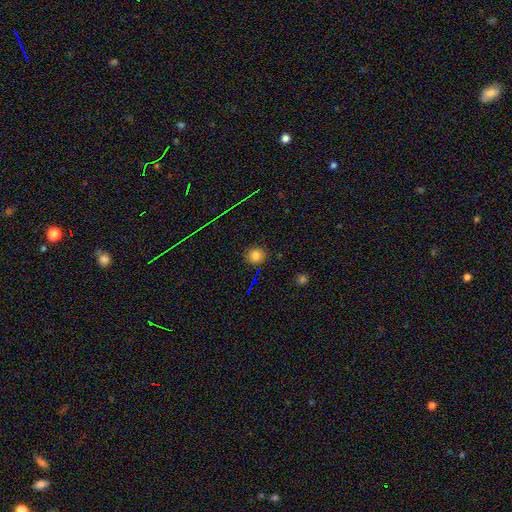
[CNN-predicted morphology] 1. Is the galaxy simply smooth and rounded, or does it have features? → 75% smooth, 17% star or artifact, 7% featured or disk.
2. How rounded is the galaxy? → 89% round, 10% in between, 1% cigar-shaped.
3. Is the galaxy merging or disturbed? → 88% none, 8% minor disturbance, 2% major disturbance, 2% merger.